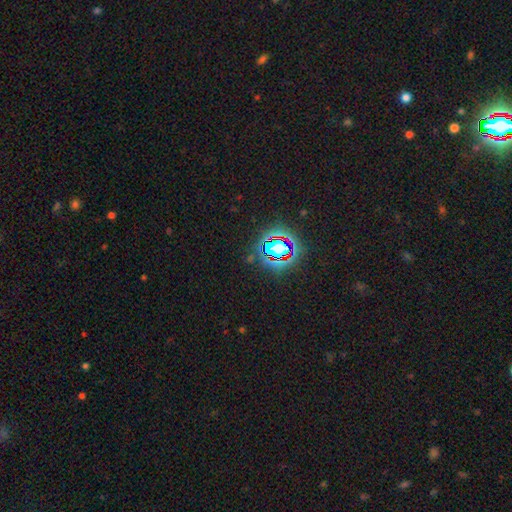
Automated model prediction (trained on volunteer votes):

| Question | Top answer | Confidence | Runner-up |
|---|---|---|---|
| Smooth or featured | star or artifact | 79% | smooth (13%) |